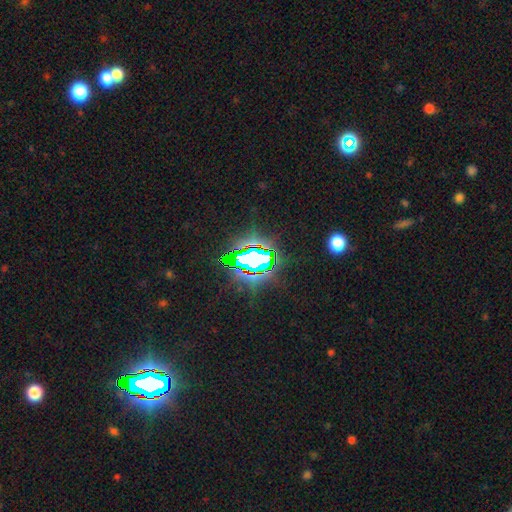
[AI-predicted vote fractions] This appears to be a star or artifact, not a galaxy (80%).